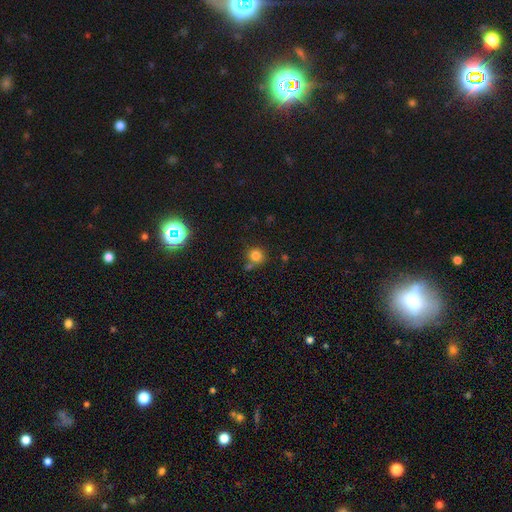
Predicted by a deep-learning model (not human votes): Overall: smooth (81%). How rounded: round (90%). Merging: none (70%).